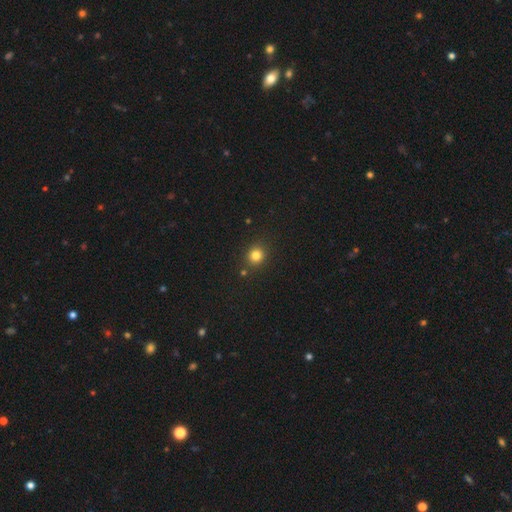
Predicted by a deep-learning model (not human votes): smooth 81%, star or artifact 14%, featured or disk 5%. Down the decision tree: how rounded — round (86%); merging — none (85%).